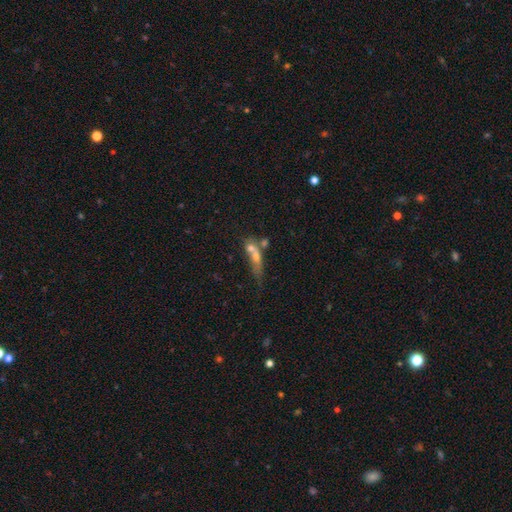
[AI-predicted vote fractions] Smooth or featured?
  - smooth: 48% *
  - featured or disk: 37%
  - star or artifact: 14%
Merging?
  - merger: 53% *
  - none: 25%
  - major disturbance: 12%
  - minor disturbance: 11%